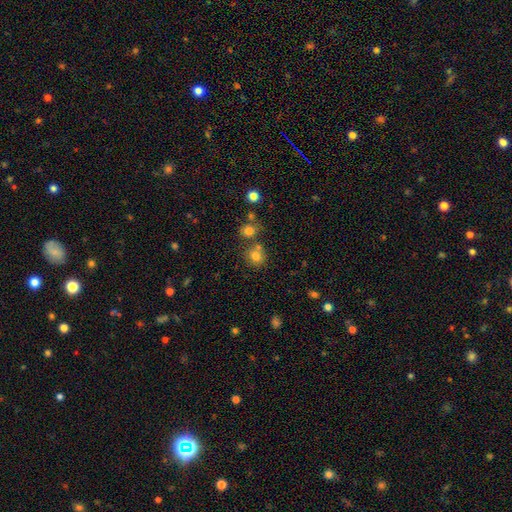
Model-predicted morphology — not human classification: smooth_or_featured: smooth (p=0.77) [alt: star or artifact p=0.14]
how_rounded: round (p=0.86) [alt: in between p=0.14]
merging: none (p=0.64) [alt: merger p=0.24]